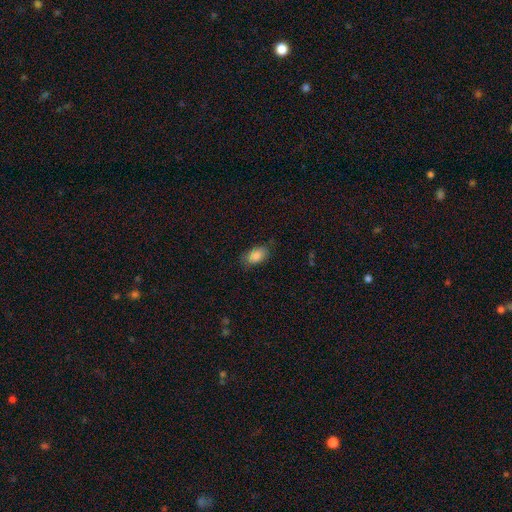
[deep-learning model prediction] Morphology: type=smooth (86%); roundness=in between (91%); merging=none (76%).